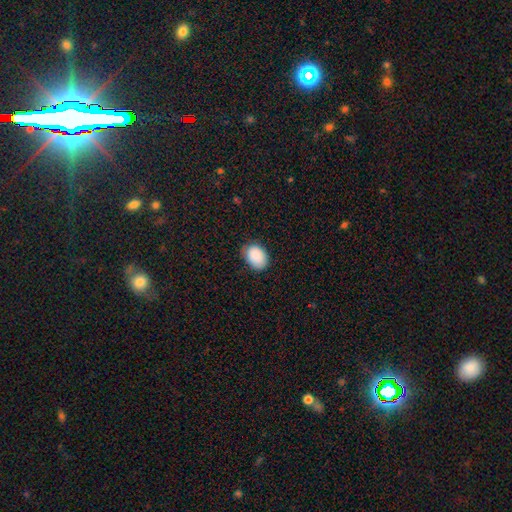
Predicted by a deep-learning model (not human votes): This appears to be a smooth galaxy with no disk features (89%) that is in between round and cigar-shaped (74%). Merging: none (77%).